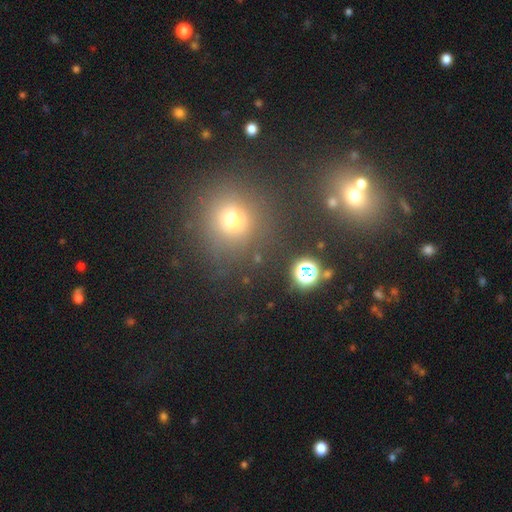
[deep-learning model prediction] A smooth galaxy with no disk features (54%) that is round (90%). Merging: none (83%).